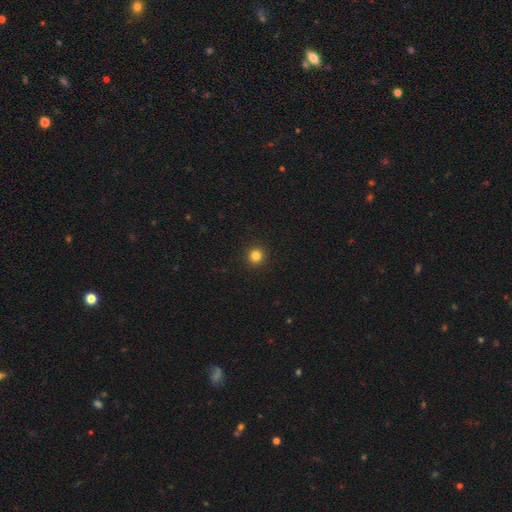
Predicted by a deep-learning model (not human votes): smooth-or-featured: smooth: 83% | star or artifact: 13% | featured or disk: 4%
  how-rounded: round: 96% | in between: 4% | cigar-shaped: 1%
  merging: none: 93% | minor disturbance: 4% | major disturbance: 2% | merger: 1%